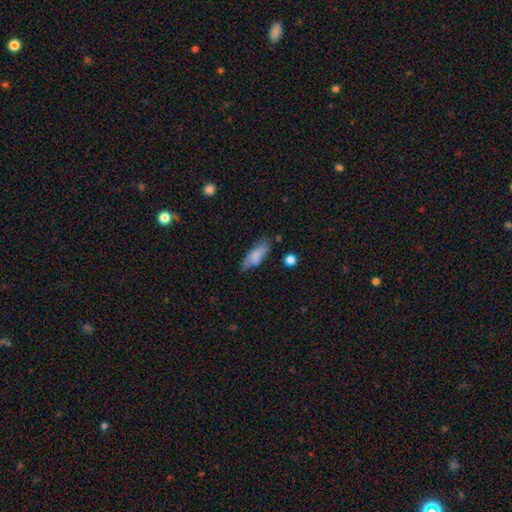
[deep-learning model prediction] smooth 79%, featured or disk 14%, star or artifact 7%. Down the decision tree: how rounded — in between (65%); merging — none (64%).